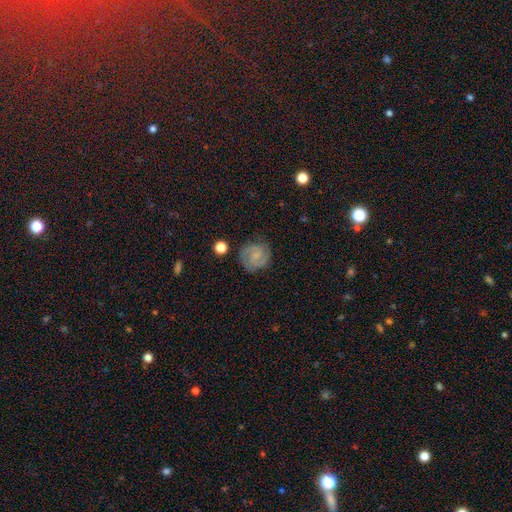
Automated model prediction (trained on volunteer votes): Smooth or featured? featured or disk (63%)
Edge-on disk? no (98%)
Bar? no (54%)
Spiral arms? yes (92%)
Spiral winding? tight (53%)
Spiral arm count? 2 (67%)
Bulge size? small (55%)
Merging? none (76%)